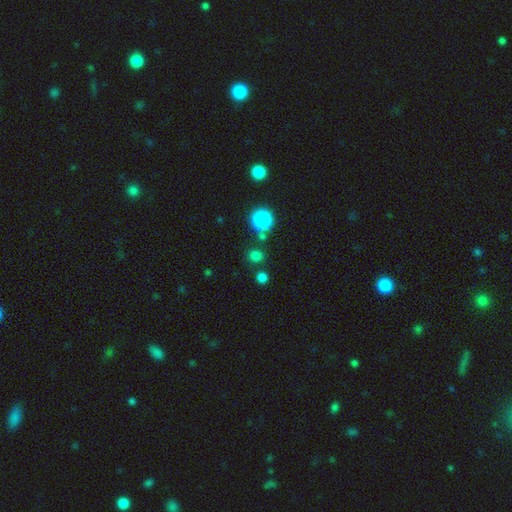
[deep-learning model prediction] smooth-or-featured: smooth: 72% | star or artifact: 23% | featured or disk: 4%
  how-rounded: round: 83% | in between: 16% | cigar-shaped: 1%
  merging: none: 80% | merger: 8% | minor disturbance: 8% | major disturbance: 3%